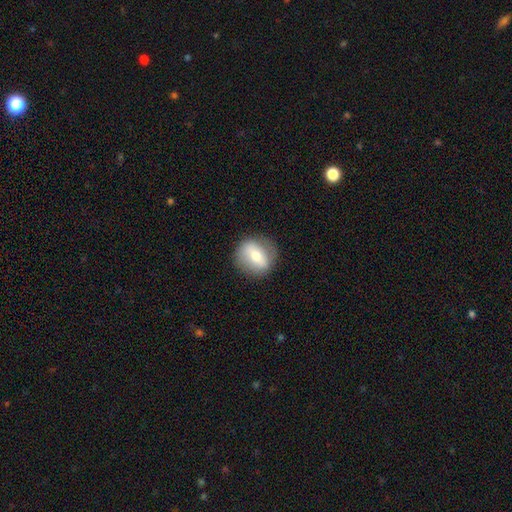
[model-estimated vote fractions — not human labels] smooth 55%, featured or disk 37%, star or artifact 8%. Down the decision tree: how rounded — round (71%); merging — none (84%).